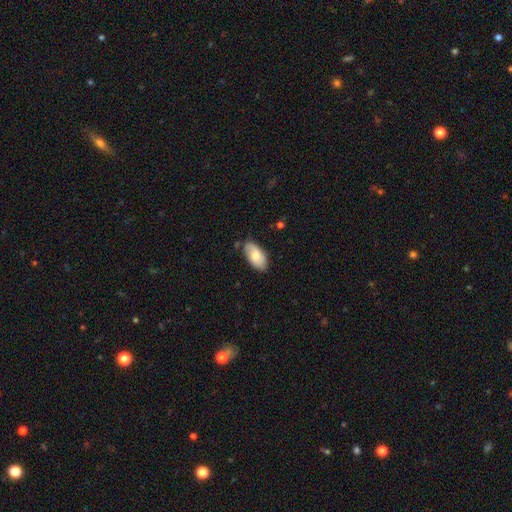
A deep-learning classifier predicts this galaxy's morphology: Smooth or featured? Predicted: smooth (p=0.70). How rounded? Predicted: in between (p=0.95). Merging? Predicted: none (p=0.75).